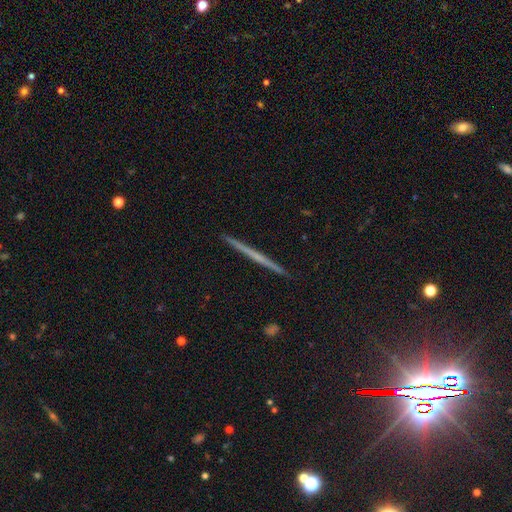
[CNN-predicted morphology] A featured or disk galaxy (60%) viewed edge-on (98%) with no central bulge (83%).

Vote fractions:
- Smooth or featured? featured or disk: 60% / smooth: 32% / star or artifact: 9%
- Edge-on disk? yes: 98% / no: 2%
- Edge-on bulge? none: 83% / rounded: 13% / boxy: 4%
- Merging? none: 93% / minor disturbance: 5% / major disturbance: 1% / merger: 1%